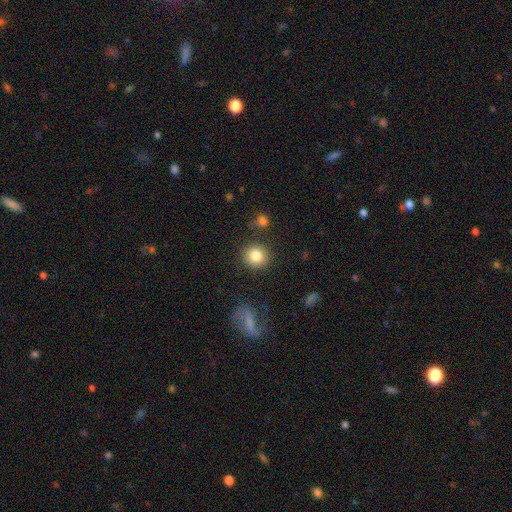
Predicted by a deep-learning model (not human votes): Overall: smooth (83%). How rounded: round (87%). Merging: none (86%).